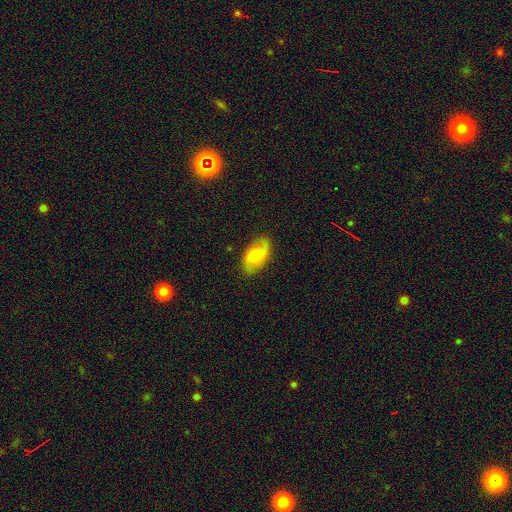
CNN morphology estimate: Overall: featured or disk (46%, tied with smooth). Merging: none (78%).